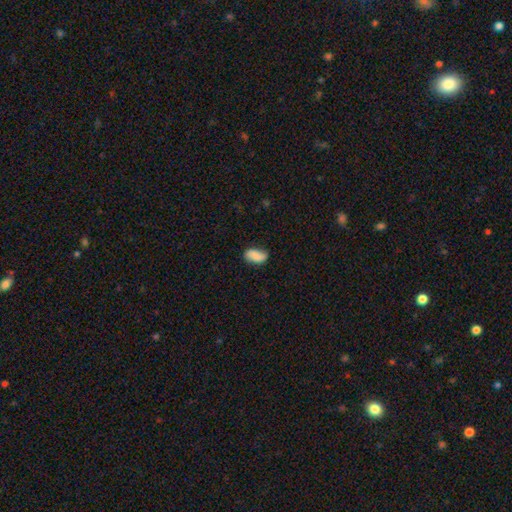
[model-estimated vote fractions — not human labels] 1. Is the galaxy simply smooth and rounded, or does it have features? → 78% smooth, 14% featured or disk, 8% star or artifact.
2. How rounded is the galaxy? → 91% in between, 5% round, 4% cigar-shaped.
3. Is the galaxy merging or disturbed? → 69% none, 23% minor disturbance, 6% major disturbance, 2% merger.